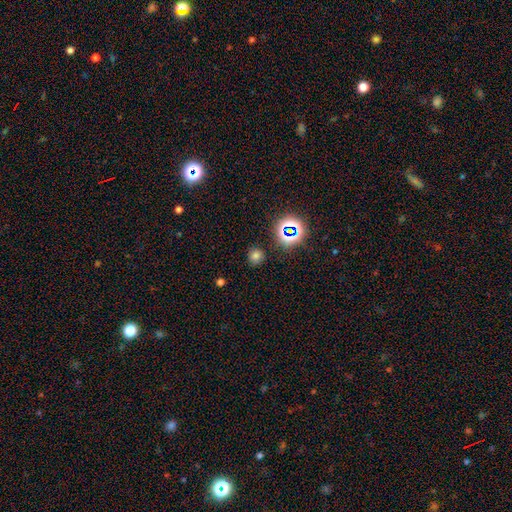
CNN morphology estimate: Overall: smooth (68%). How rounded: round (86%). Merging: none (85%).